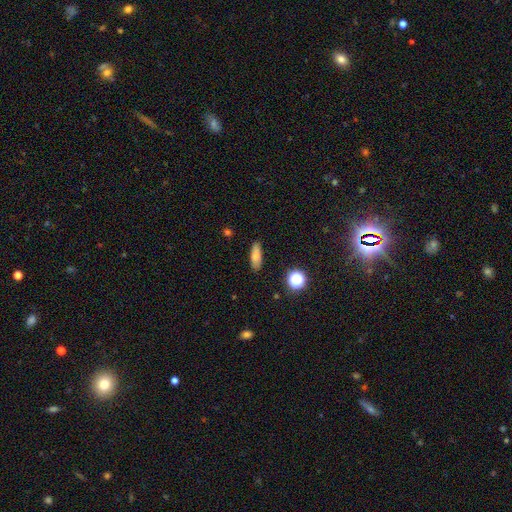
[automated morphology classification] The model was most divided on "how rounded": in between: 59%, cigar-shaped: 37%, round: 5%. More confident: merging — none (86%); smooth or featured — smooth (79%).